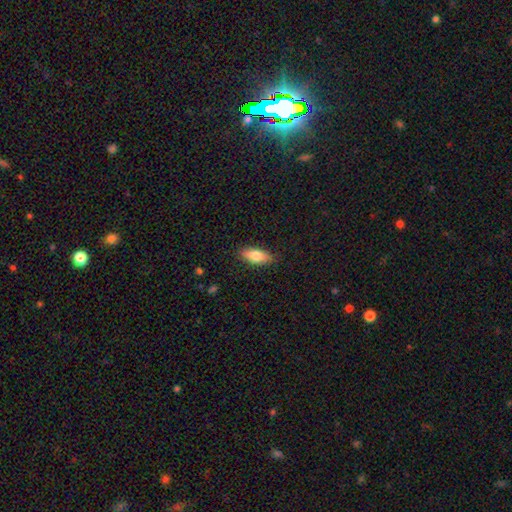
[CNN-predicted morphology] This appears to be a smooth galaxy with no disk features (77%) that is in between round and cigar-shaped (80%). Merging: none (86%).